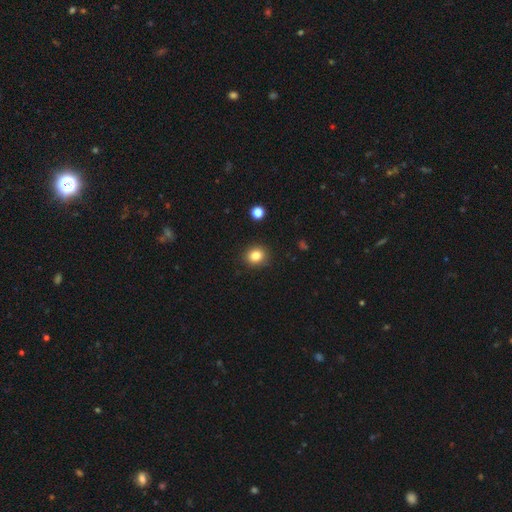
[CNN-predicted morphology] This is clearly a smooth galaxy (83%). How rounded: likely round (75%). Merging: clearly none (90%).